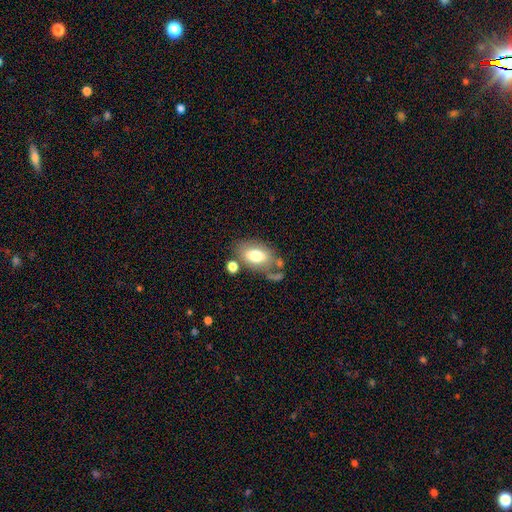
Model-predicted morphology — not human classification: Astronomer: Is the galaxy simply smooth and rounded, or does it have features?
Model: smooth — 67%.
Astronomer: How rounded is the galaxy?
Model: in between — 88%.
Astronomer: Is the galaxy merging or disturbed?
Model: none — 49%.